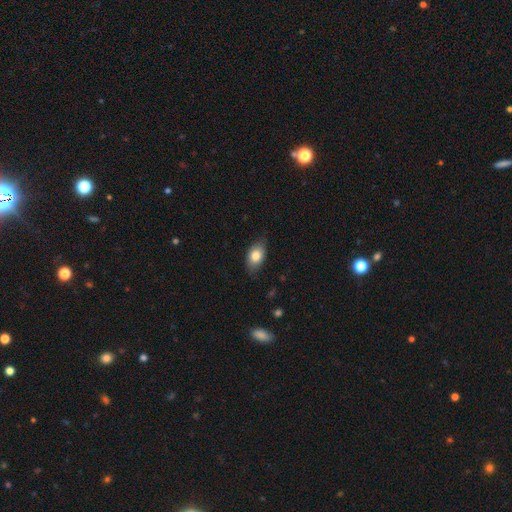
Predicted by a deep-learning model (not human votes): smooth-or-featured: smooth: 79% | featured or disk: 13% | star or artifact: 7%
  how-rounded: in between: 87% | round: 10% | cigar-shaped: 2%
  merging: none: 77% | minor disturbance: 19% | major disturbance: 3% | merger: 1%